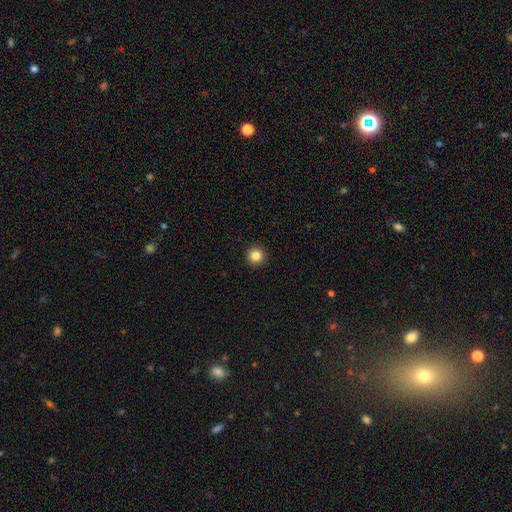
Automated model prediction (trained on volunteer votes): A smooth galaxy with no disk features (85%) that is round (96%).

Vote fractions:
- Smooth or featured? smooth: 85% / star or artifact: 11% / featured or disk: 4%
- How rounded? round: 96% / in between: 3% / cigar-shaped: 1%
- Merging? none: 94% / minor disturbance: 4% / major disturbance: 1% / merger: 1%